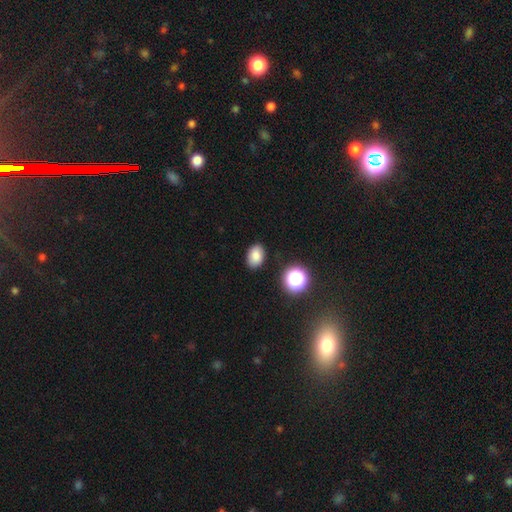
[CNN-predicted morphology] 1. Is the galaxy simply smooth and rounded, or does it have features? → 82% smooth, 12% star or artifact, 6% featured or disk.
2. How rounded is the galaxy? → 80% in between, 19% round, 1% cigar-shaped.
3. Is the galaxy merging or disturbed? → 86% none, 10% minor disturbance, 2% major disturbance, 2% merger.